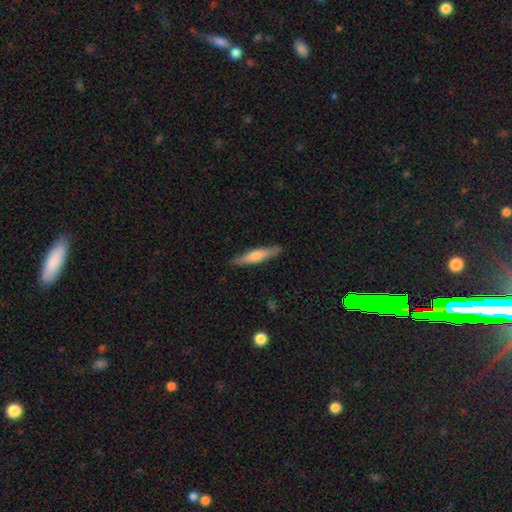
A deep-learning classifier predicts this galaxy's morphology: Smooth or featured? smooth (54%)
How rounded? cigar-shaped (88%)
Merging? none (88%)